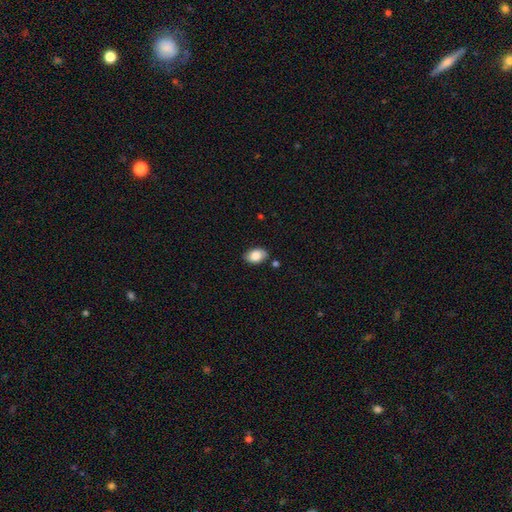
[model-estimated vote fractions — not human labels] Q: Smooth or featured?
A: smooth (83%); runner-up: featured or disk (10%)
Q: How rounded?
A: in between (88%); runner-up: round (11%)
Q: Merging?
A: none (79%); runner-up: minor disturbance (15%)